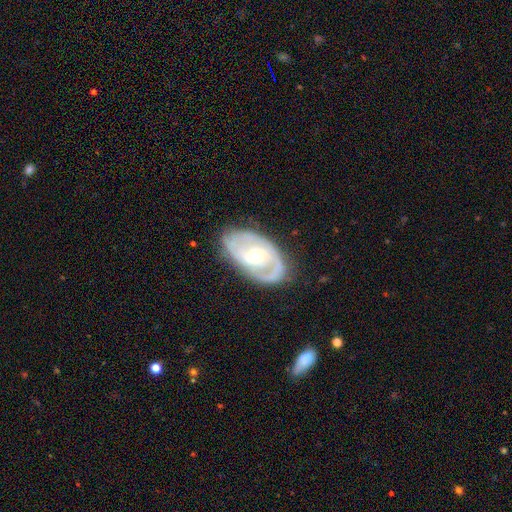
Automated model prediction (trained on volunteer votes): The model was most divided on "bulge size": moderate: 52%, small: 44%, large: 2%, none: 1%, dominant: 1%. Remaining: edge-on disk — no (94%); smooth or featured — featured or disk (77%); spiral arms — yes (77%); merging — none (75%); spiral arm count — 2 (57%); spiral winding — tight (49%); bar — no (48%).